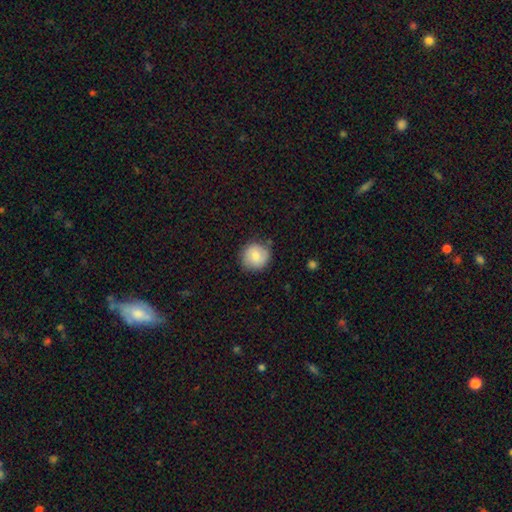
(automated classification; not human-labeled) This is likely a smooth galaxy (77%). How rounded: clearly round (90%). Merging: likely none (80%).